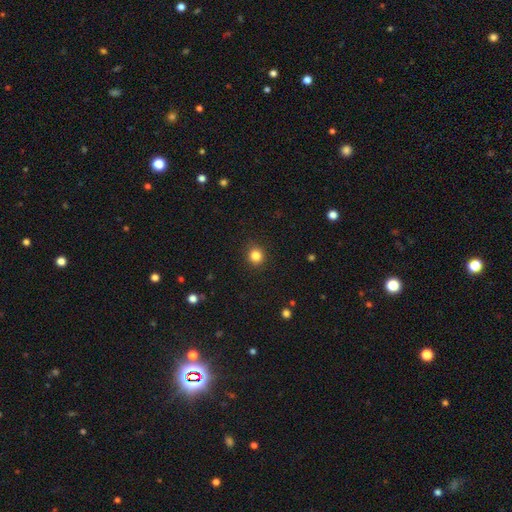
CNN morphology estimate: Smooth or featured: smooth — 84% (star or artifact — 12%)
How rounded: round — 89% (in between — 10%)
Merging: none — 91% (minor disturbance — 6%)